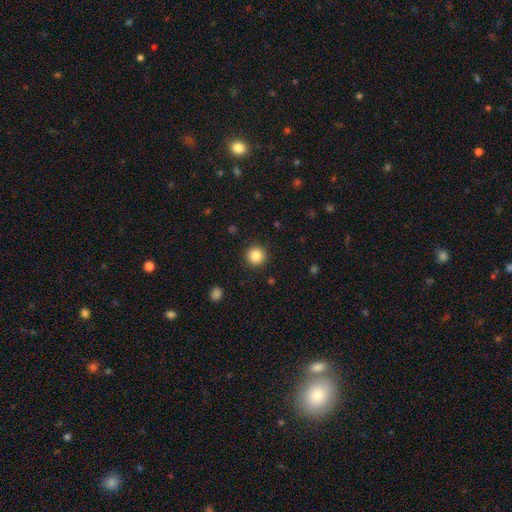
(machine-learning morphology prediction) Q: Smooth or featured?
A: smooth (86%); runner-up: star or artifact (10%)
Q: How rounded?
A: round (95%); runner-up: in between (4%)
Q: Merging?
A: none (91%); runner-up: minor disturbance (6%)